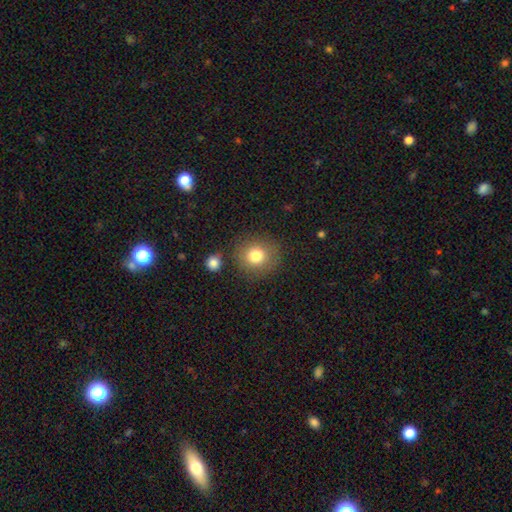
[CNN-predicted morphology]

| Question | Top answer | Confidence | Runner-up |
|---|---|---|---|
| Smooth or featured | smooth | 79% | star or artifact (11%) |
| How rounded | round | 87% | in between (12%) |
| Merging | none | 81% | minor disturbance (10%) |